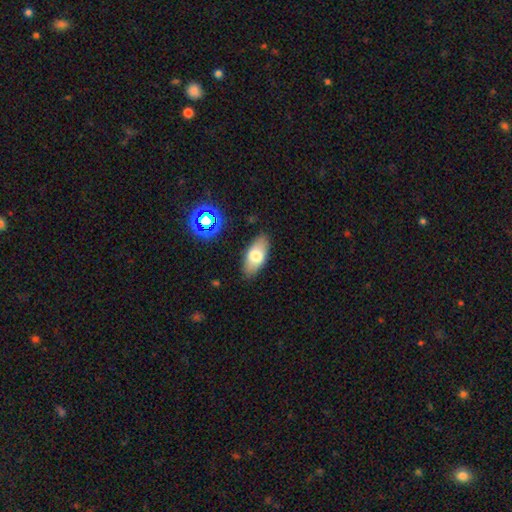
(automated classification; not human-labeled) Smooth or featured? Predicted: smooth (p=0.72). How rounded? Predicted: in between (p=0.90). Merging? Predicted: none (p=0.85).